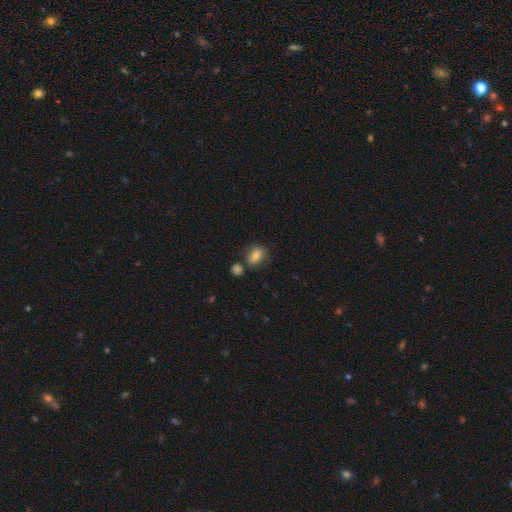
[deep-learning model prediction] Smooth or featured: smooth — 75% (featured or disk — 15%)
How rounded: in between — 56% (round — 43%)
Merging: none — 63% (minor disturbance — 17%)